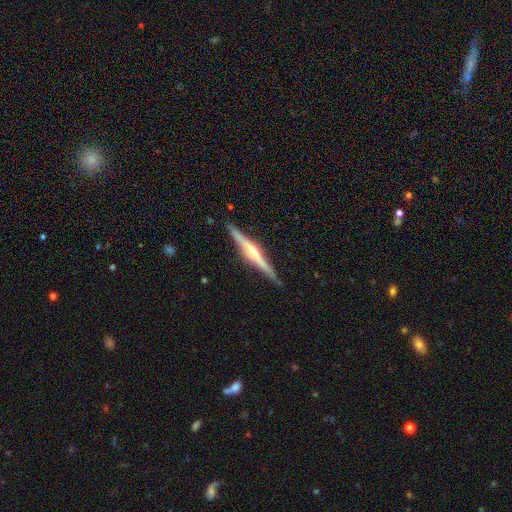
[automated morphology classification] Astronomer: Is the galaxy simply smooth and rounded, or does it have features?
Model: featured or disk — 74%.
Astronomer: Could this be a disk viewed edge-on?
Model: yes — 98%.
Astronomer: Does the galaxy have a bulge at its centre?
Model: rounded — 59%.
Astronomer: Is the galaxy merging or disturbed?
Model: none — 89%.